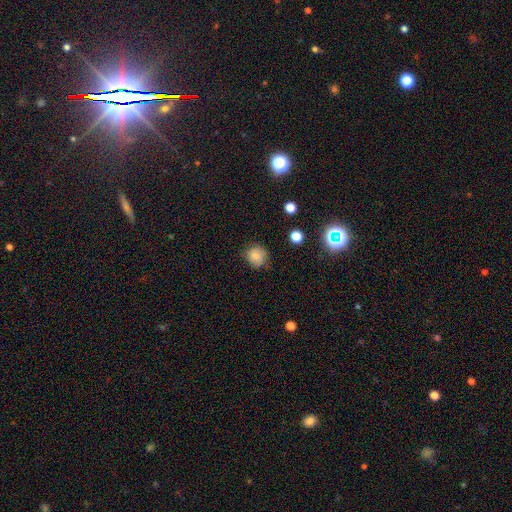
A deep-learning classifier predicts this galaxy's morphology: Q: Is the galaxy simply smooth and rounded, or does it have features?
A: smooth — 78%.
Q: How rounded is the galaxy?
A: round — 84%.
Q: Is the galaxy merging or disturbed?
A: none — 70%.